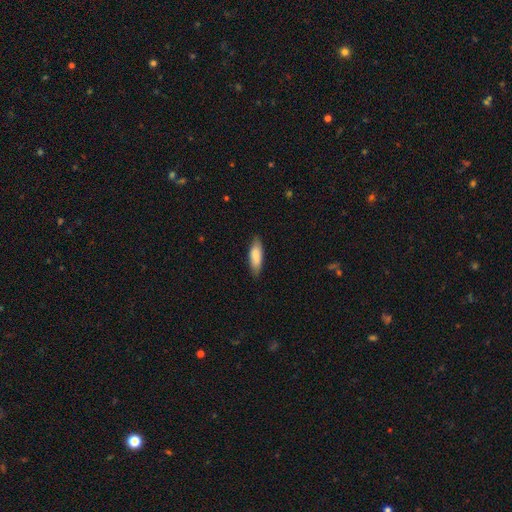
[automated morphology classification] Smooth or featured? smooth (86%)
How rounded? in between (58%)
Merging? none (83%)